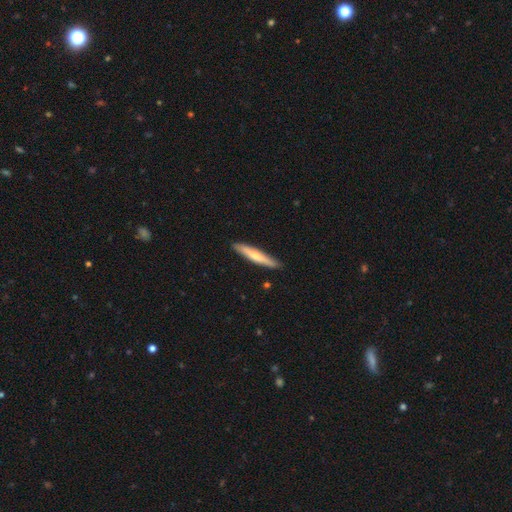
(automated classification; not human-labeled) Smooth or featured?
  - smooth: 53% *
  - featured or disk: 42%
  - star or artifact: 5%
How rounded?
  - cigar-shaped: 92% *
  - in between: 7%
  - round: 1%
Merging?
  - none: 90% *
  - minor disturbance: 8%
  - major disturbance: 1%
  - merger: 1%